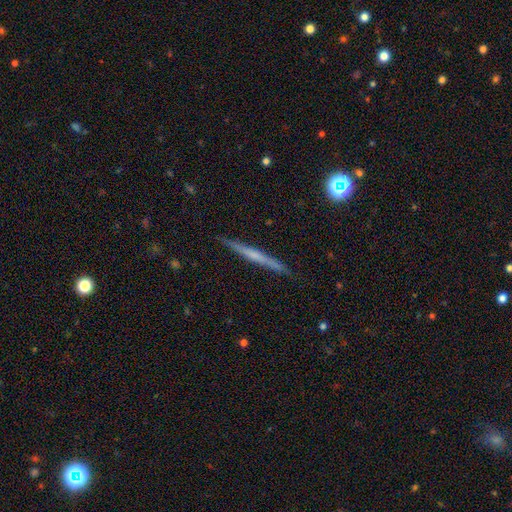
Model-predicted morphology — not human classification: Smooth or featured?
  - featured or disk: 61% *
  - smooth: 31%
  - star or artifact: 8%
Edge-on disk?
  - yes: 98% *
  - no: 2%
Edge-on bulge?
  - none: 55% *
  - rounded: 36%
  - boxy: 9%
Merging?
  - none: 90% *
  - minor disturbance: 7%
  - major disturbance: 1%
  - merger: 1%